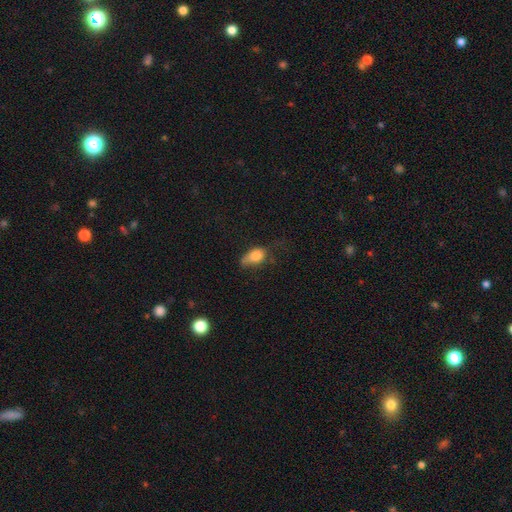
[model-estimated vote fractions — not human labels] Overall: smooth (78%). How rounded: in between (78%). Merging: minor disturbance (38%; major disturbance 29%).